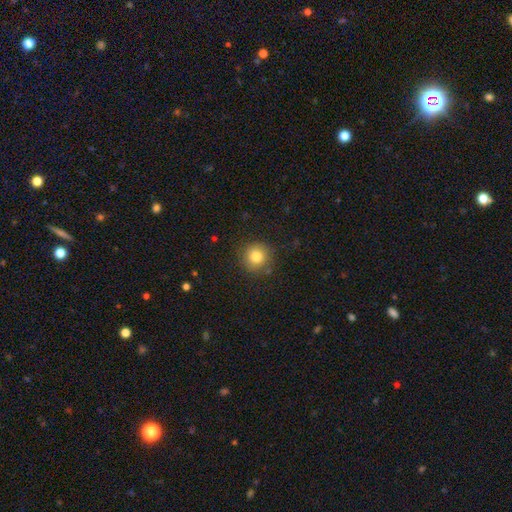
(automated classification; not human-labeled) Overall: smooth (81%). How rounded: round (94%). Merging: none (87%).